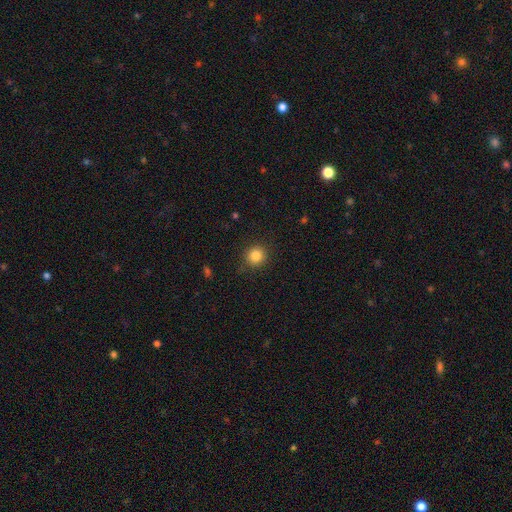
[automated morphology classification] smooth 83%, star or artifact 12%, featured or disk 5%. Down the decision tree: how rounded — round (91%); merging — none (87%).